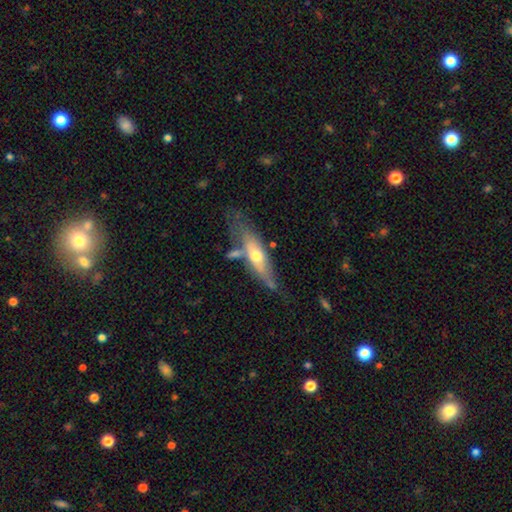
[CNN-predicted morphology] The model was most divided on "smooth or featured": featured or disk: 58%, smooth: 36%, star or artifact: 6%. More confident: edge-on disk — yes (68%); merging — none (55%).